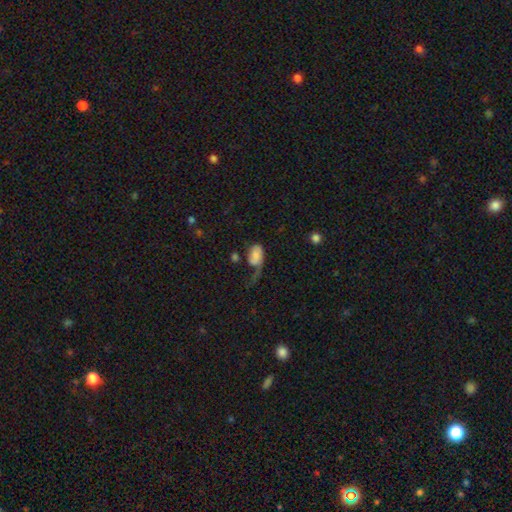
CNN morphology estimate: Smooth or featured?
  - smooth: 63% *
  - featured or disk: 28%
  - star or artifact: 9%
How rounded?
  - in between: 89% *
  - round: 9%
  - cigar-shaped: 2%
Merging?
  - major disturbance: 50% *
  - minor disturbance: 22%
  - none: 22%
  - merger: 6%